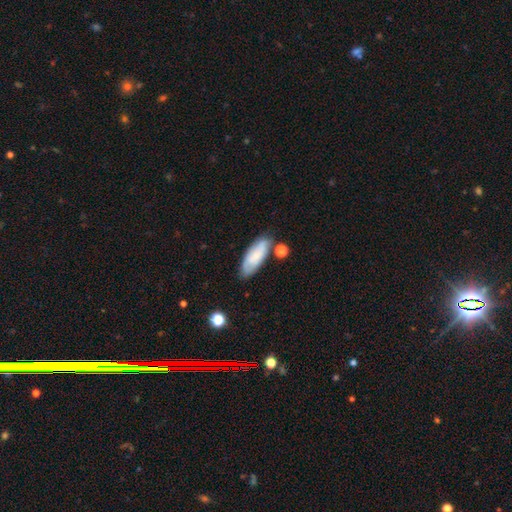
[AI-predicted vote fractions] smooth-or-featured: smooth: 68% | featured or disk: 25% | star or artifact: 7%
  how-rounded: in between: 73% | cigar-shaped: 25% | round: 2%
  merging: none: 69% | minor disturbance: 18% | merger: 8% | major disturbance: 4%